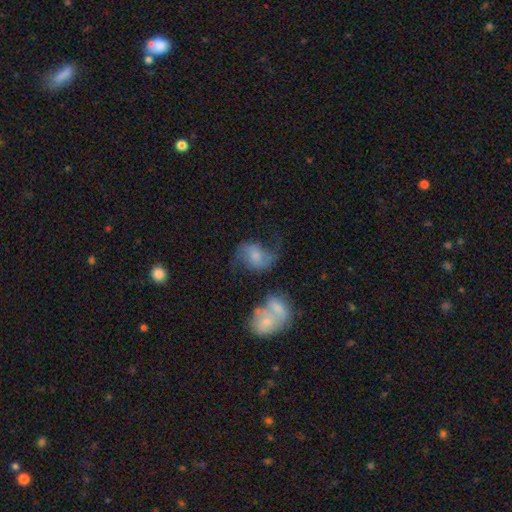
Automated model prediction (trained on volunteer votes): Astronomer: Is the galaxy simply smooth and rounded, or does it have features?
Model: featured or disk — 63%.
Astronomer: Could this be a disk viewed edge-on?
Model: no — 97%.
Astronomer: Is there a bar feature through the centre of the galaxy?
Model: no — 50% (runner-up: weak, 40%).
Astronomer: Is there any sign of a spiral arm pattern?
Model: yes — 89%.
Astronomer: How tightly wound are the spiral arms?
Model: loose — 62%.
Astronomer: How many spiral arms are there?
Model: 2 — 87%.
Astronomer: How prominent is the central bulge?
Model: small — 41% (runner-up: moderate, 39%).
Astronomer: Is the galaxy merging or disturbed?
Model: none — 42% (runner-up: minor disturbance, 21%).